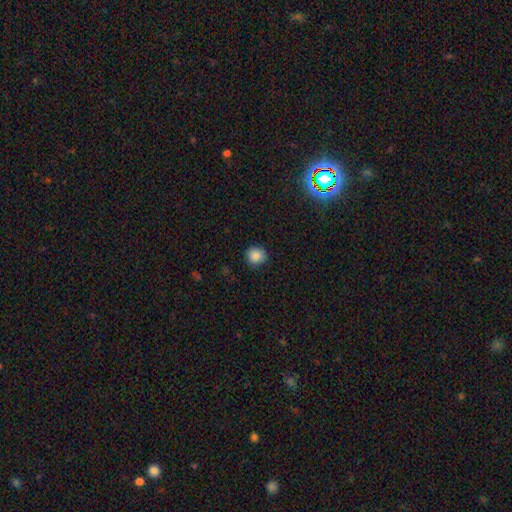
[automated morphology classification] The model was most divided on "how rounded": round: 85%, in between: 14%, cigar-shaped: 1%. More confident: merging — none (88%); smooth or featured — smooth (87%).